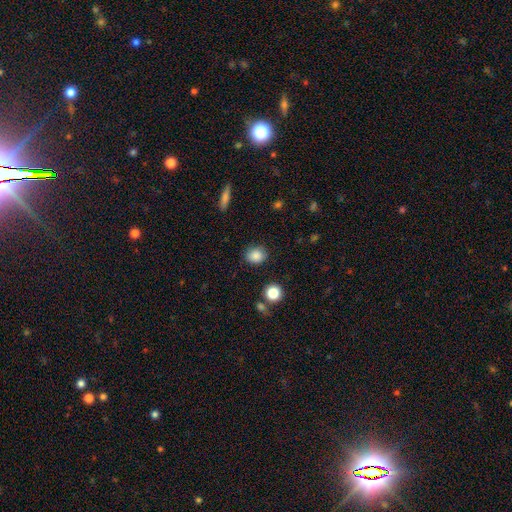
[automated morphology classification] smooth 86%, star or artifact 10%, featured or disk 4%. Down the decision tree: how rounded — round (62%); merging — none (84%).